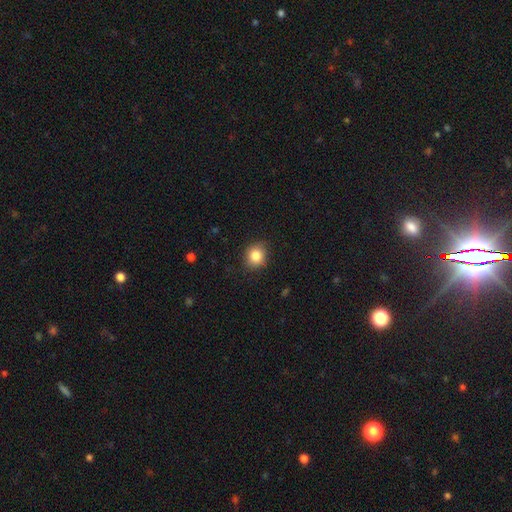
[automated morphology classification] This appears to be a smooth galaxy with no disk features (84%) that is round (68%). Merging: none (86%).